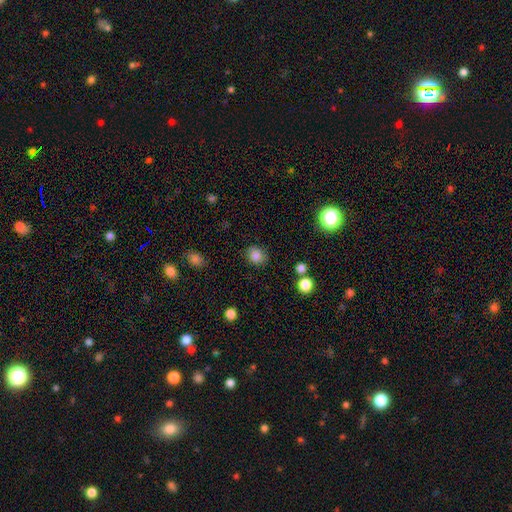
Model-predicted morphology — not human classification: Smooth or featured?
  - smooth: 84% *
  - star or artifact: 11%
  - featured or disk: 5%
How rounded?
  - round: 69% *
  - in between: 30%
  - cigar-shaped: 1%
Merging?
  - none: 84% *
  - minor disturbance: 11%
  - major disturbance: 3%
  - merger: 2%